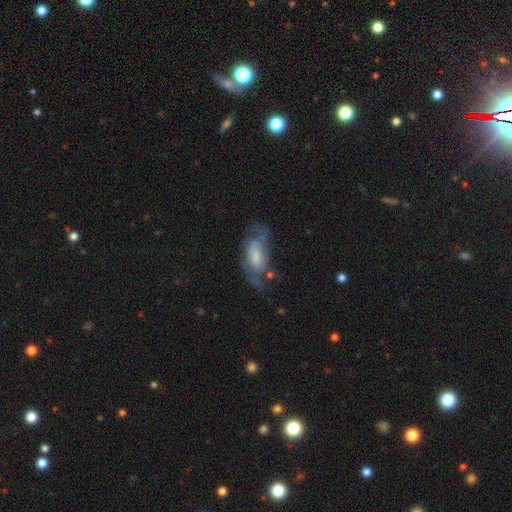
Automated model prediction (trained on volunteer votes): This is likely a featured or disk galaxy (60%). It is clearly not viewed edge-on (92%). Bar: possibly no (55%). Spiral arm pattern: likely yes (79%). Central bulge: marginally small (34%). Merging: possibly none (45%).